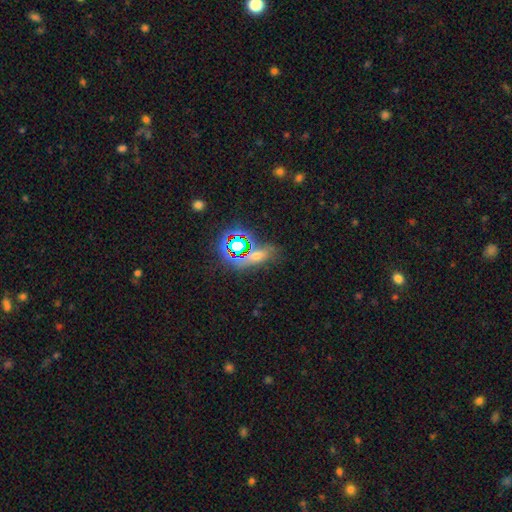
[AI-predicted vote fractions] star or artifact 49%, smooth 35%, featured or disk 16%.